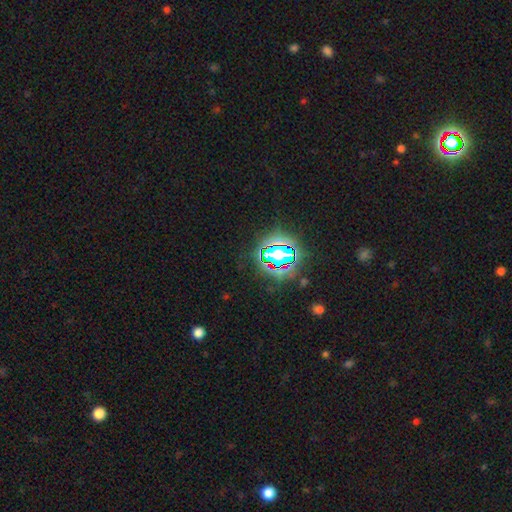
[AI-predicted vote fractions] Q: Smooth or featured?
A: star or artifact (81%); runner-up: smooth (12%)